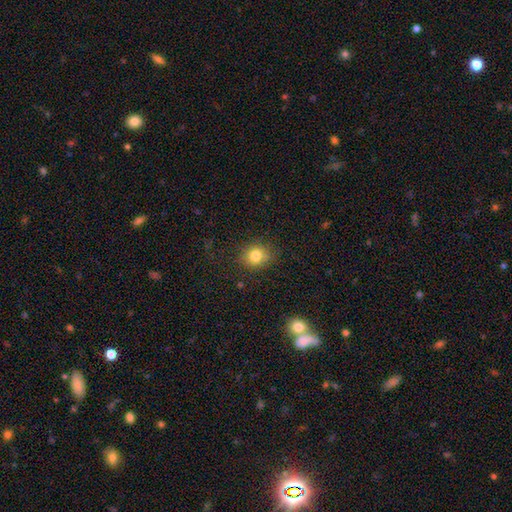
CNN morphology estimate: Smooth or featured?
  - smooth: 80% *
  - star or artifact: 12%
  - featured or disk: 8%
How rounded?
  - round: 67% *
  - in between: 31%
  - cigar-shaped: 1%
Merging?
  - none: 82% *
  - minor disturbance: 13%
  - major disturbance: 4%
  - merger: 1%